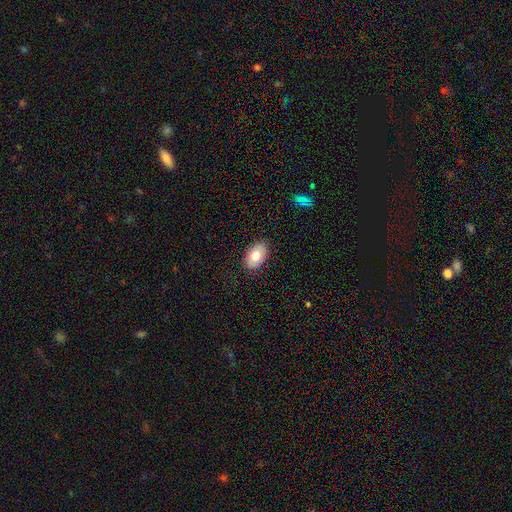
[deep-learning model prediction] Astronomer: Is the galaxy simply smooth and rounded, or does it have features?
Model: smooth — 81%.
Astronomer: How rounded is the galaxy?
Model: in between — 92%.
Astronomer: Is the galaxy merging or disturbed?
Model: none — 87%.